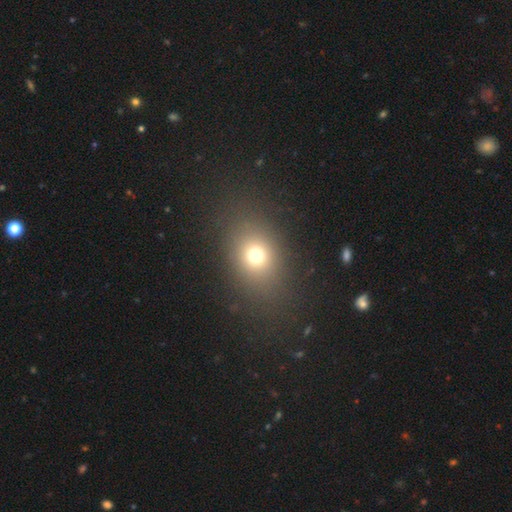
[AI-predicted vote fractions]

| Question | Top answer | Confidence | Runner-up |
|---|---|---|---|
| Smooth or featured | smooth | 70% | star or artifact (18%) |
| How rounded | in between | 49% | tied: round (49%) |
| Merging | none | 81% | minor disturbance (10%) |